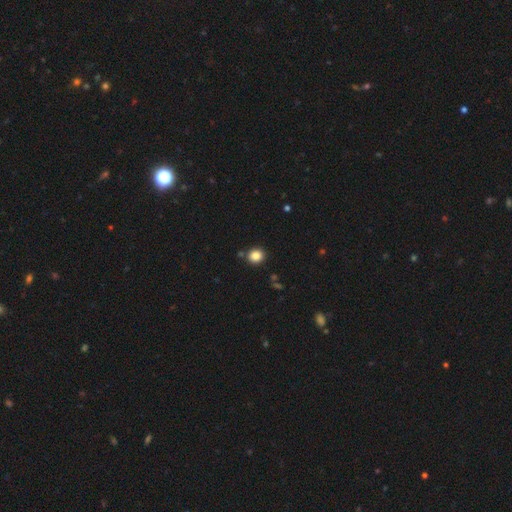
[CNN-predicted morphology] This is clearly a smooth galaxy (84%). How rounded: clearly round (82%). Merging: clearly none (85%).